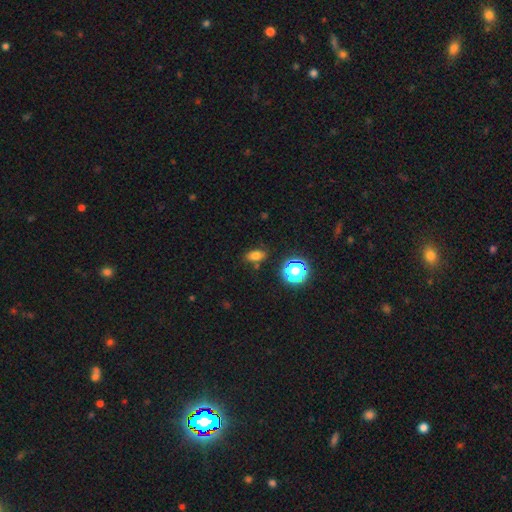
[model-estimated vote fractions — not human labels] smooth-or-featured: smooth: 72% | star or artifact: 19% | featured or disk: 9%
  how-rounded: in between: 76% | round: 19% | cigar-shaped: 4%
  merging: none: 81% | minor disturbance: 12% | merger: 4% | major disturbance: 3%